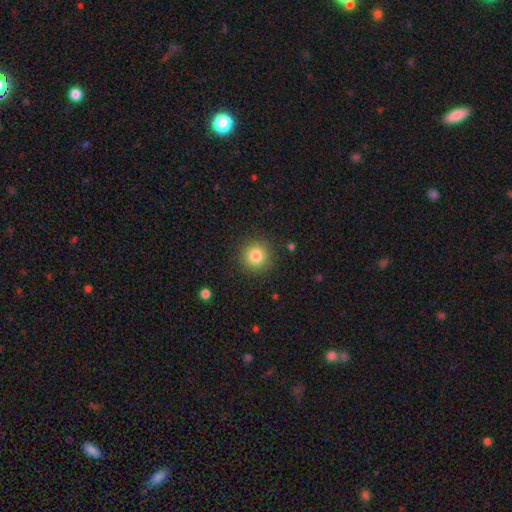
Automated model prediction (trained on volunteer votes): This is clearly a smooth galaxy (82%). How rounded: clearly round (94%). Merging: clearly none (90%).